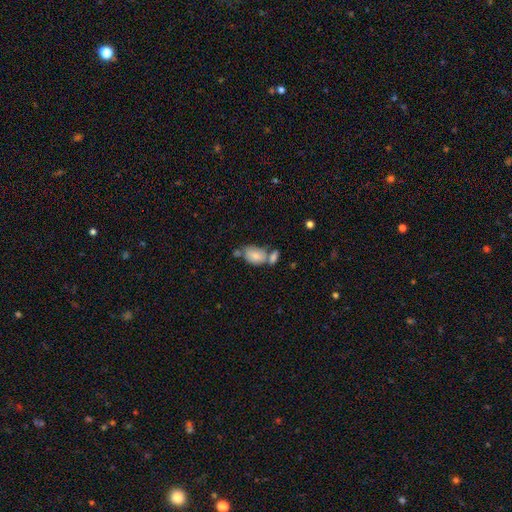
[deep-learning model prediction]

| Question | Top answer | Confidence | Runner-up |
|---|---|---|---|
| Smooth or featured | smooth | 79% | featured or disk (14%) |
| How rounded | in between | 87% | round (11%) |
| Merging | merger | 42% | none (37%) |